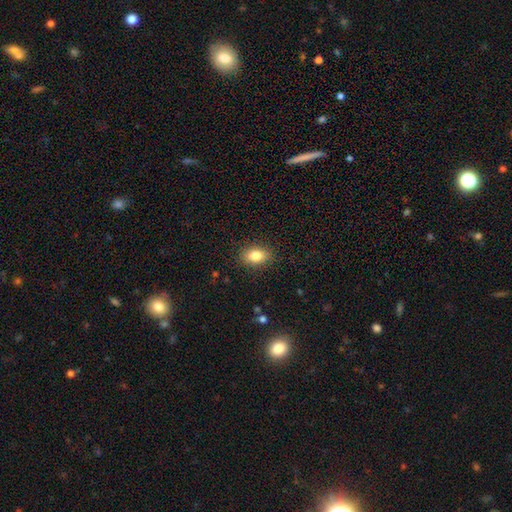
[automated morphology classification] Overall: smooth (82%). How rounded: in between (78%). Merging: none (87%).